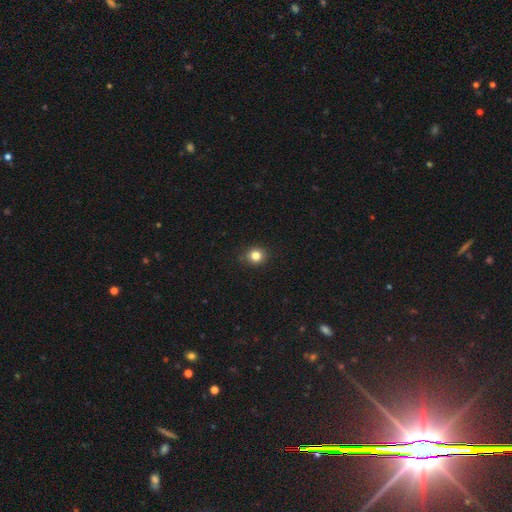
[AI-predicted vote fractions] The model was most divided on "smooth or featured": smooth: 82%, star or artifact: 12%, featured or disk: 6%. More confident: merging — none (89%); how rounded — round (87%).